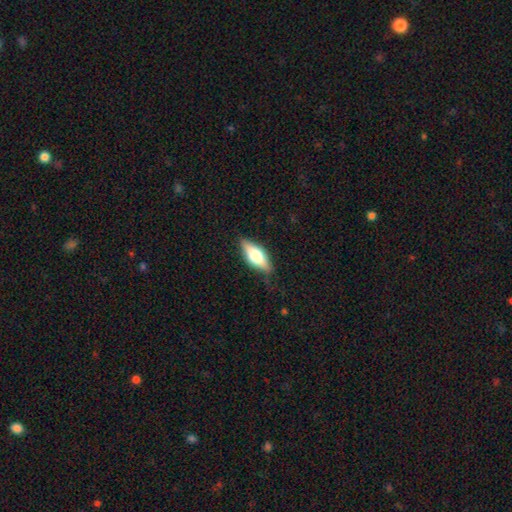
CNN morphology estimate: Smooth or featured? Predicted: smooth (p=0.54). How rounded? Predicted: in between (p=0.74). Merging? Predicted: none (p=0.81).